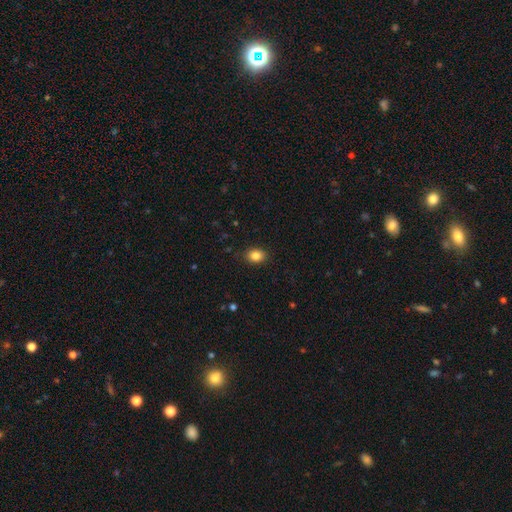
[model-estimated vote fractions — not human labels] Smooth or featured: smooth — 85% (star or artifact — 9%)
How rounded: in between — 61% (round — 38%)
Merging: none — 88% (minor disturbance — 8%)